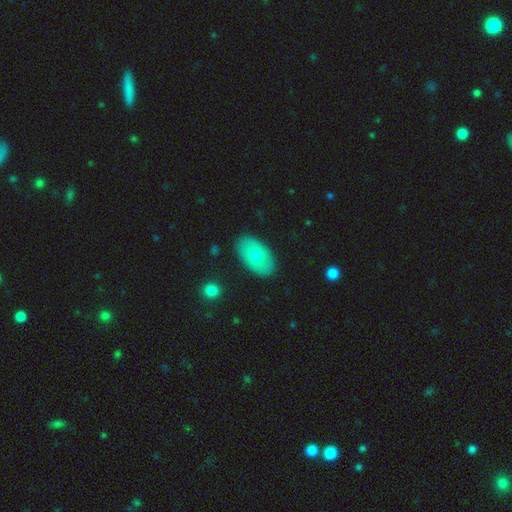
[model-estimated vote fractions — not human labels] smooth-or-featured: smooth: 66% | featured or disk: 28% | star or artifact: 6%
  how-rounded: in between: 92% | round: 6% | cigar-shaped: 1%
  merging: none: 86% | minor disturbance: 10% | major disturbance: 2% | merger: 1%